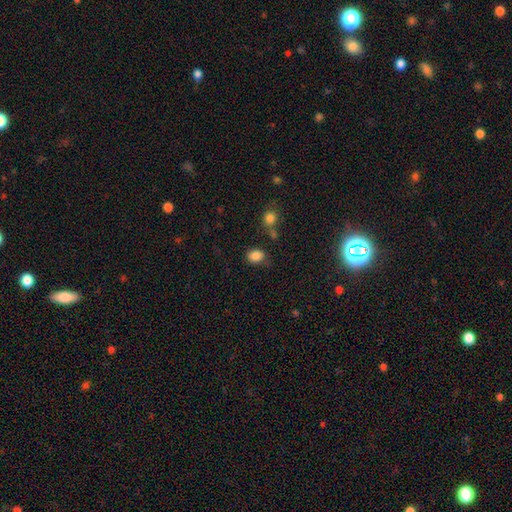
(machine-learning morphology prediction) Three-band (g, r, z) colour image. It shows a smooth galaxy with no disk features (85%) that is in between round and cigar-shaped (53%). Merging: none (72%).